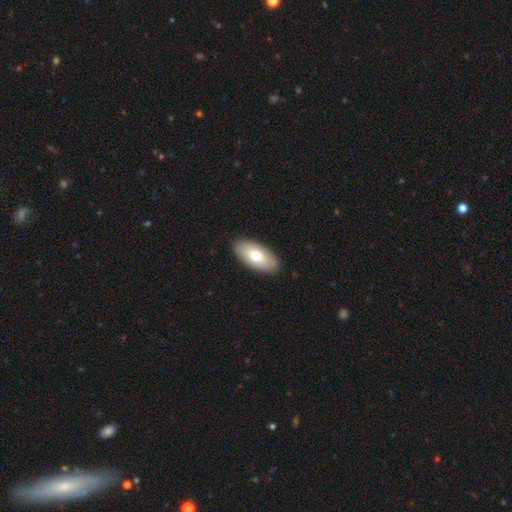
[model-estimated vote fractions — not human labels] smooth 73%, featured or disk 21%, star or artifact 5%. Down the decision tree: how rounded — in between (92%); merging — none (87%).